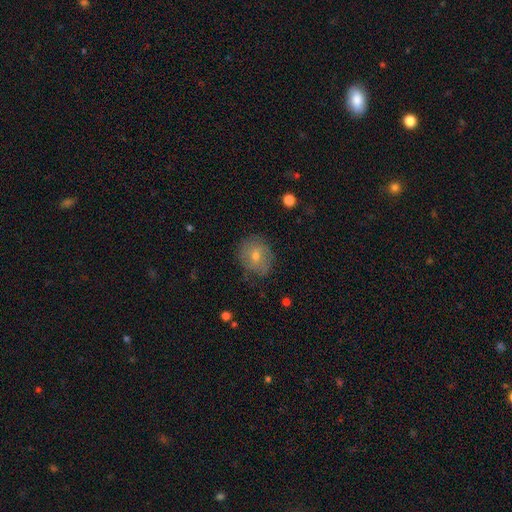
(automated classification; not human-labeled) Morphology: type=smooth (56%); roundness=round (77%); merging=none (76%).